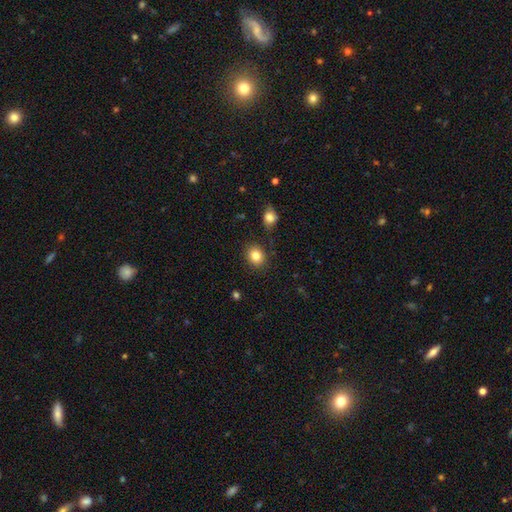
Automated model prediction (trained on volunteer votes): This appears to be a smooth galaxy with no disk features (84%) that is round (65%). Merging: none (85%).